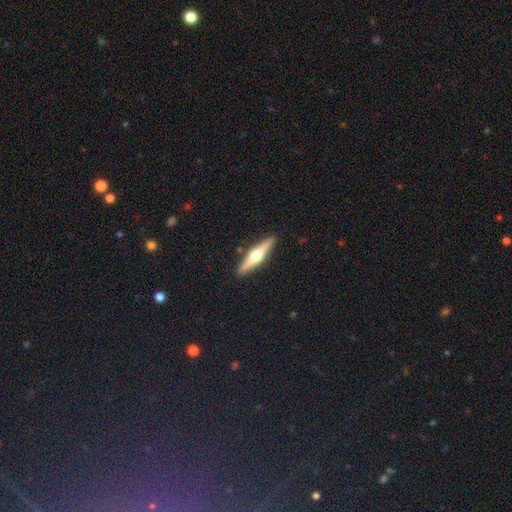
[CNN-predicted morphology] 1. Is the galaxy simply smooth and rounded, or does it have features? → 68% featured or disk, 27% smooth, 5% star or artifact.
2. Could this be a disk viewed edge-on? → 97% yes, 3% no.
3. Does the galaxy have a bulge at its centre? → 95% rounded, 3% boxy, 2% none.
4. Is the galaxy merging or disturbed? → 90% none, 7% minor disturbance, 2% merger, 1% major disturbance.